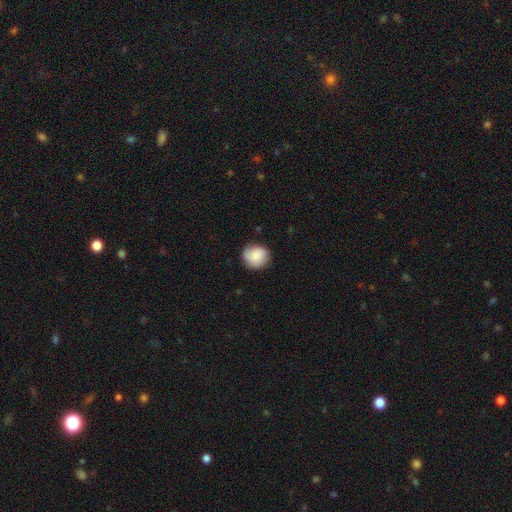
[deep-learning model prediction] smooth_or_featured: smooth (p=0.78) [alt: featured or disk p=0.15]
how_rounded: round (p=0.84) [alt: in between p=0.15]
merging: none (p=0.76) [alt: minor disturbance p=0.18]